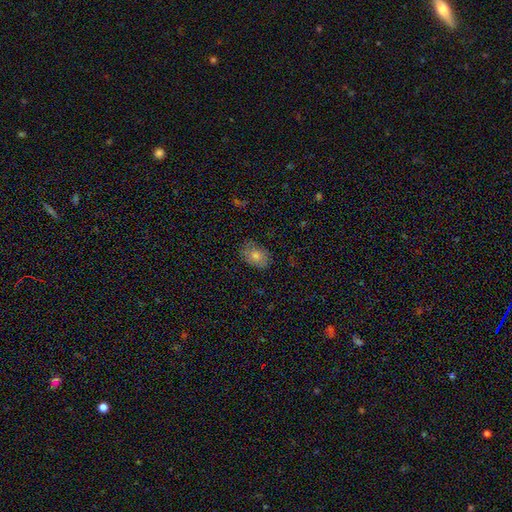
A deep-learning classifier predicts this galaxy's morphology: Smooth or featured: smooth — 67% (featured or disk — 20%)
How rounded: in between — 74% (round — 24%)
Merging: none — 80% (minor disturbance — 16%)